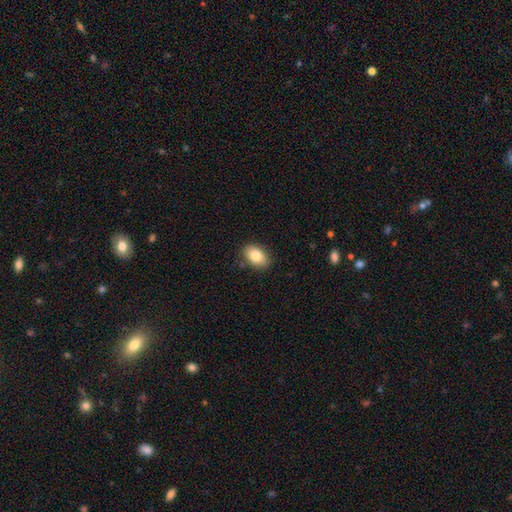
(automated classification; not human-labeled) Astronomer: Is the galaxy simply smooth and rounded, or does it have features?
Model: smooth — 85%.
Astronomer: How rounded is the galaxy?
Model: in between — 87%.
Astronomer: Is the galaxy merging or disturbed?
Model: none — 85%.